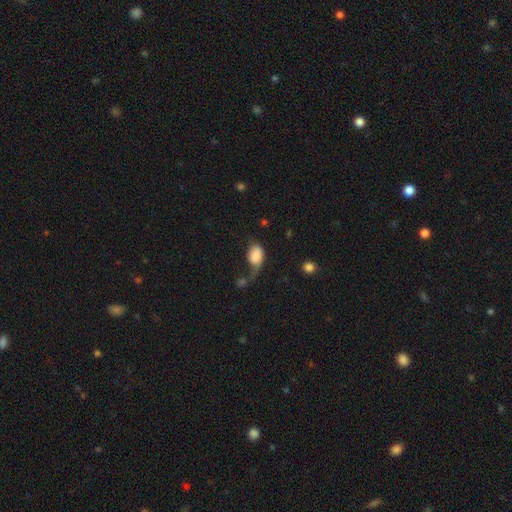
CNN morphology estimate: The model was most divided on "merging": major disturbance: 46%, minor disturbance: 21%, none: 20%, merger: 14%. More confident: how rounded — in between (81%); smooth or featured — smooth (78%).